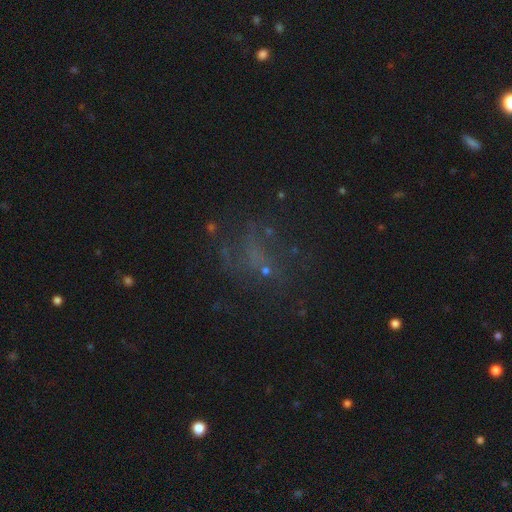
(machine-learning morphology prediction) Overall: featured or disk (41%; star or artifact 35%). Merging: none (51%; major disturbance 29%).